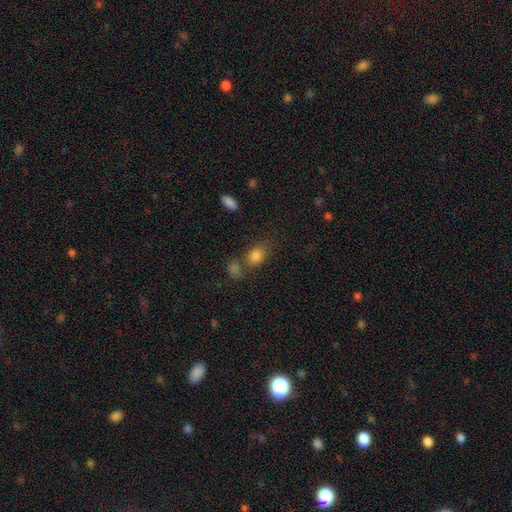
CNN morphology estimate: Smooth or featured: smooth — 80% (star or artifact — 12%)
How rounded: in between — 68% (round — 30%)
Merging: none — 55% (merger — 25%)